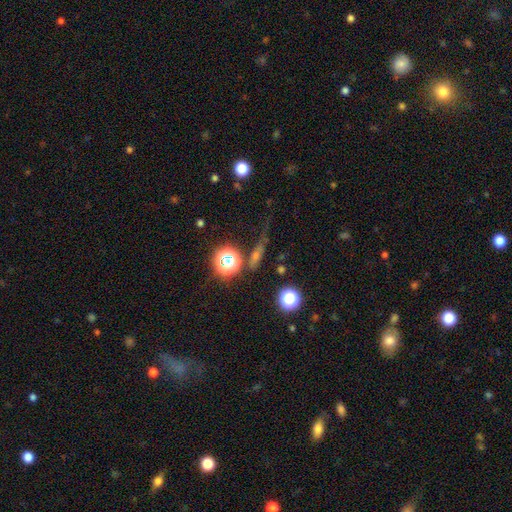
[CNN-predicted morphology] Overall: star or artifact (39%; smooth 37%).